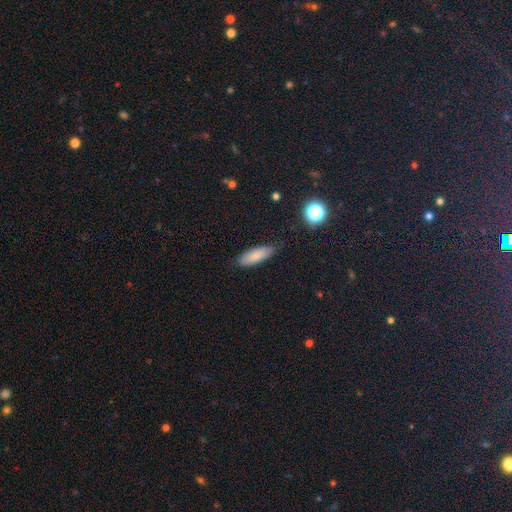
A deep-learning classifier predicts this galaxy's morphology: The model was most divided on "how rounded": in between: 59%, cigar-shaped: 40%, round: 2%. More confident: smooth or featured — smooth (84%); merging — none (82%).